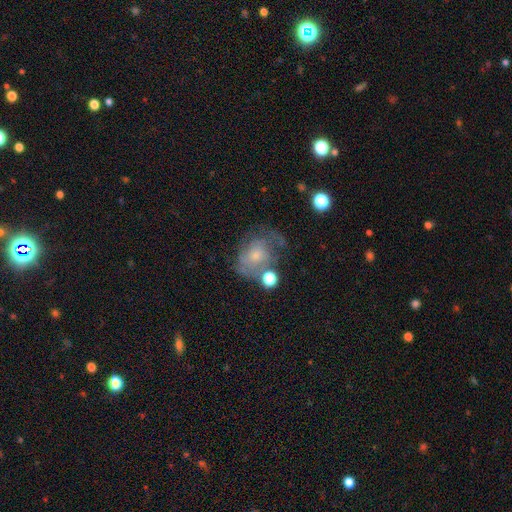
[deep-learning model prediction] A featured or disk galaxy (57%) with no bar (78%), spiral arms (71%) and a small central bulge (53%).

Vote fractions:
- Smooth or featured? featured or disk: 57% / smooth: 32% / star or artifact: 11%
- Edge-on disk? no: 97% / yes: 3%
- Bar? no: 78% / weak: 19% / strong: 3%
- Spiral arms? yes: 71% / no: 29%
- Bulge size? small: 53% / moderate: 31% / none: 11% / large: 4% / dominant: 2%
- Merging? none: 42% / major disturbance: 25% / minor disturbance: 24% / merger: 9%